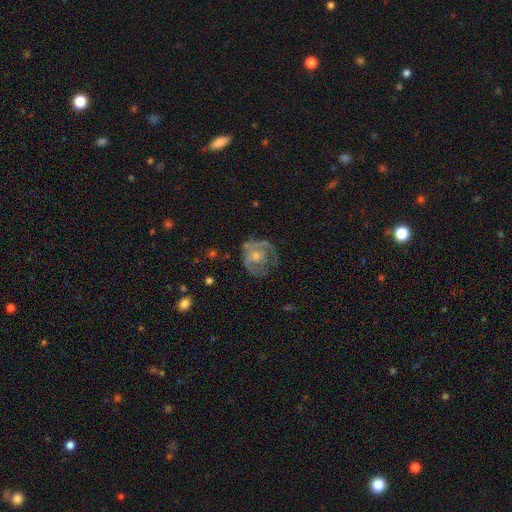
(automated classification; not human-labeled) This is likely a featured or disk galaxy (71%). It is clearly not viewed edge-on (97%). Bar: likely no (78%). Spiral arm pattern: likely yes (67%). Central bulge: possibly moderate (51%). Merging: likely none (61%).